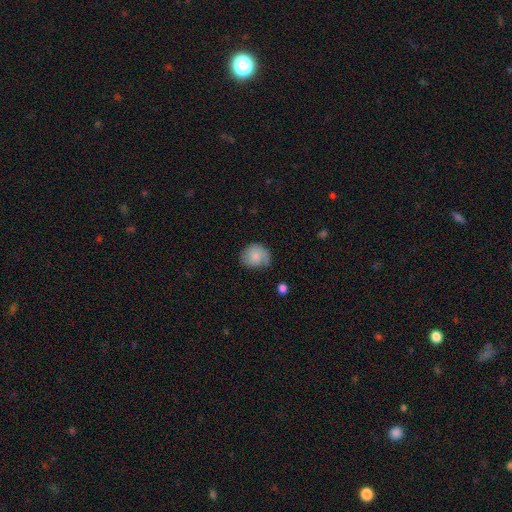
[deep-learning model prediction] smooth_or_featured: smooth (p=0.73) [alt: featured or disk p=0.20]
how_rounded: round (p=0.70) [alt: in between p=0.29]
merging: none (p=0.56) [alt: minor disturbance p=0.31]